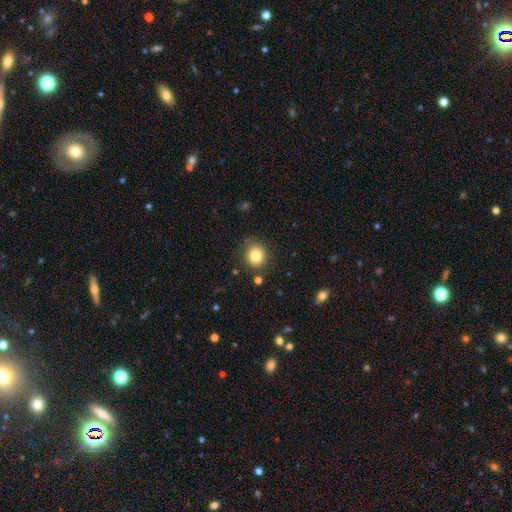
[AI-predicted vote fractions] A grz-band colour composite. It shows a smooth galaxy with no disk features (82%) that is round (86%). Merging: none (84%).